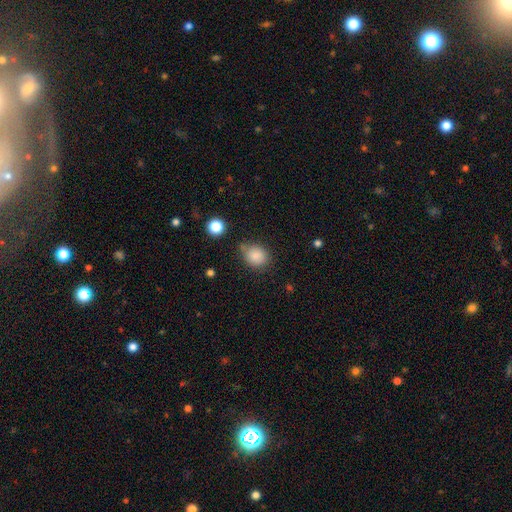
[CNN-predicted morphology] Smooth or featured?
  - smooth: 86% *
  - star or artifact: 10%
  - featured or disk: 5%
How rounded?
  - round: 64% *
  - in between: 35%
  - cigar-shaped: 1%
Merging?
  - none: 71% *
  - minor disturbance: 18%
  - merger: 7%
  - major disturbance: 5%